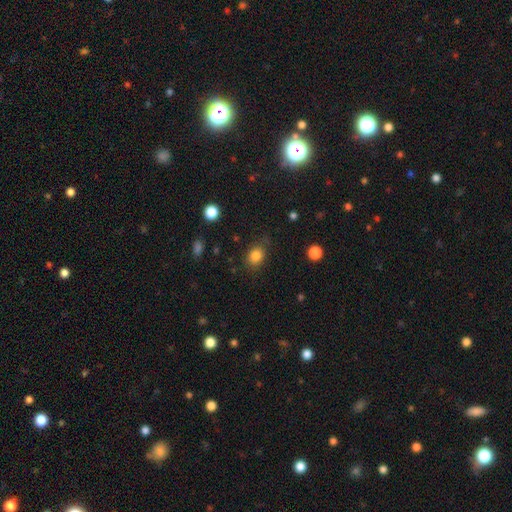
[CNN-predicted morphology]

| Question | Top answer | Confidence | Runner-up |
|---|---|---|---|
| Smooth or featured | smooth | 83% | star or artifact (11%) |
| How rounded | in between | 51% | round (48%) |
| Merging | none | 78% | minor disturbance (15%) |